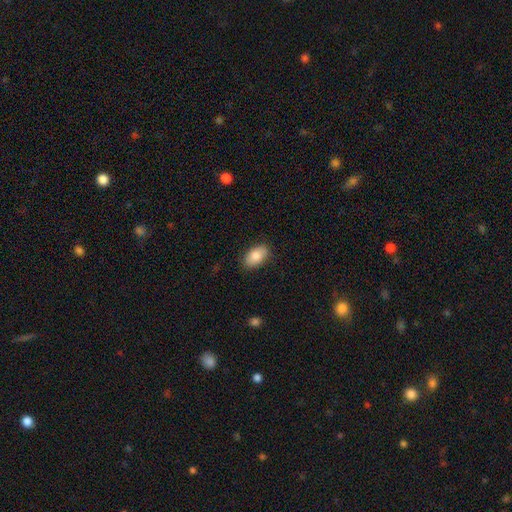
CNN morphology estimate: A smooth galaxy with no disk features (85%) that is in between round and cigar-shaped (92%). Merging: none (87%).